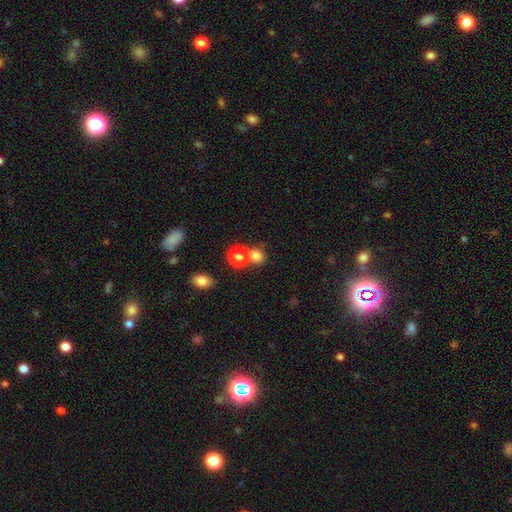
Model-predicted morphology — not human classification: This is likely a smooth galaxy (79%). How rounded: likely round (78%). Merging: likely none (62%).